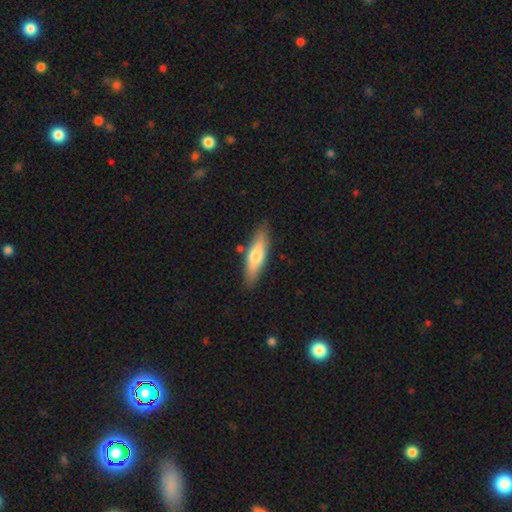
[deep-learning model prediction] Overall: smooth (67%; featured or disk 28%). How rounded: cigar-shaped (56%; in between 42%). Merging: none (81%).